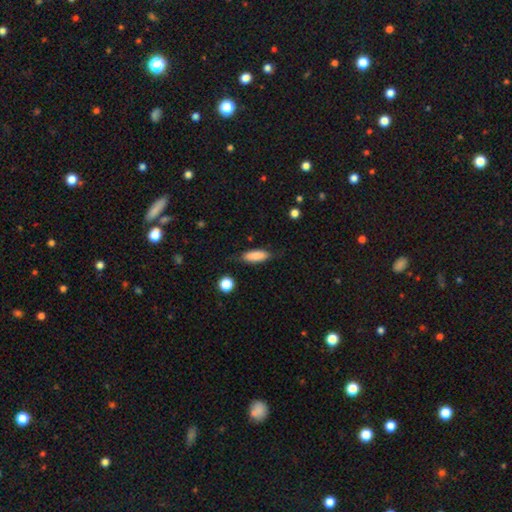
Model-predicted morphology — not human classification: This is clearly a smooth galaxy (83%). How rounded: likely in between (67%). Merging: likely none (74%).